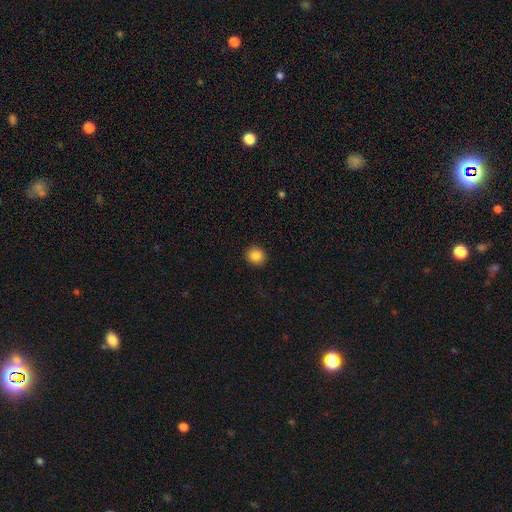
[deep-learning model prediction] Overall: smooth (86%). How rounded: round (89%). Merging: none (92%).